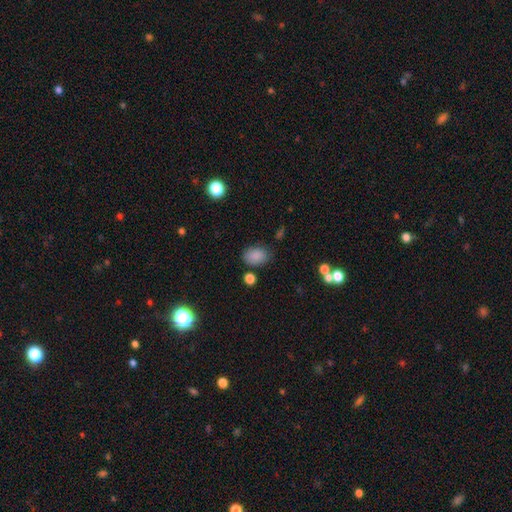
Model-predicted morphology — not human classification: A smooth galaxy with no disk features (86%) that is in between round and cigar-shaped (81%). Merging: none (75%).